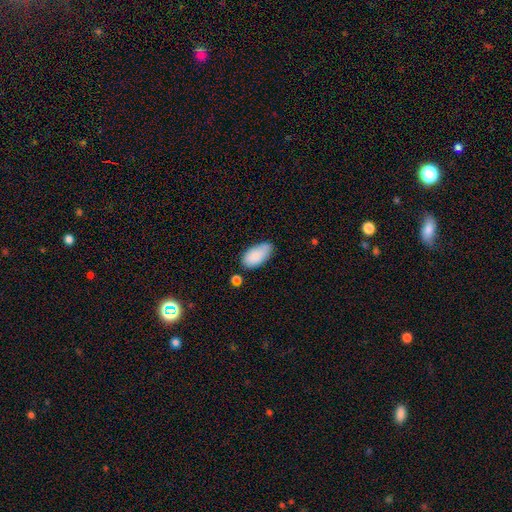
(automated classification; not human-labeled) Overall: smooth (86%). How rounded: in between (94%). Merging: none (63%; minor disturbance 26%).